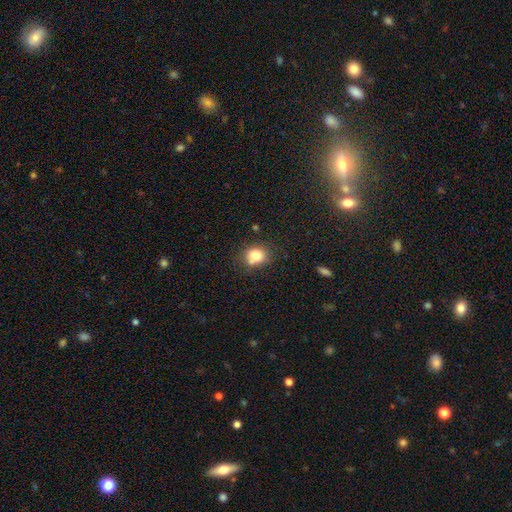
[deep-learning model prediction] Overall: smooth (79%). How rounded: round (65%; in between 34%). Merging: none (65%).